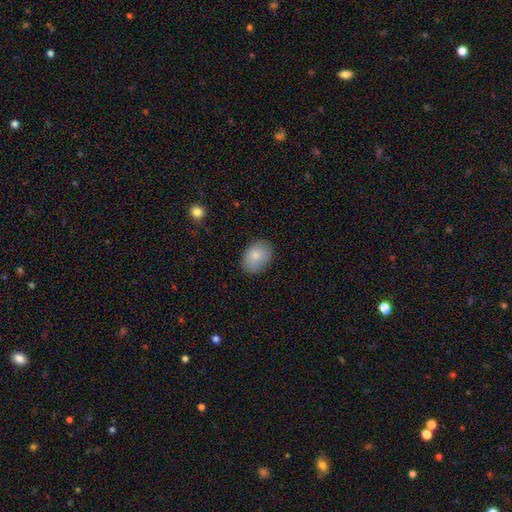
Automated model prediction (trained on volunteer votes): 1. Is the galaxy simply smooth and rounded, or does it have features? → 84% smooth, 9% featured or disk, 7% star or artifact.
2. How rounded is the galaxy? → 76% in between, 23% round, 1% cigar-shaped.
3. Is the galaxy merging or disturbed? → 85% none, 11% minor disturbance, 2% major disturbance, 1% merger.